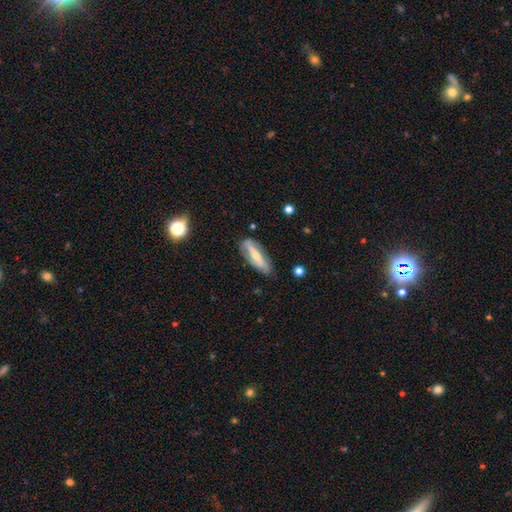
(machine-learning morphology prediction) Overall: featured or disk (56%; smooth 38%). Edge-on disk: no (59%; yes 41%). Merging: none (72%).